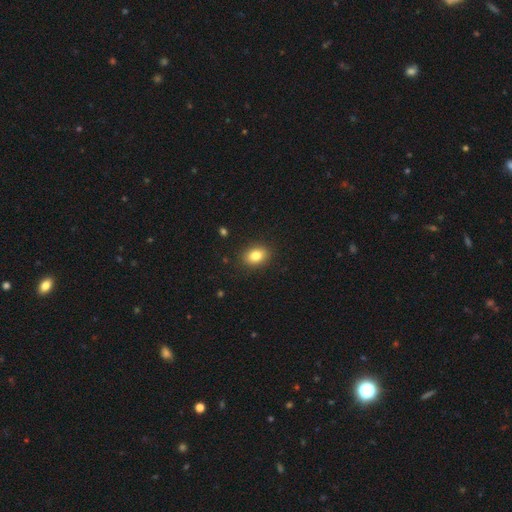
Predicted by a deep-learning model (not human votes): smooth_or_featured: smooth (p=0.83) [alt: star or artifact p=0.09]
how_rounded: in between (p=0.70) [alt: round p=0.29]
merging: none (p=0.89) [alt: minor disturbance p=0.08]